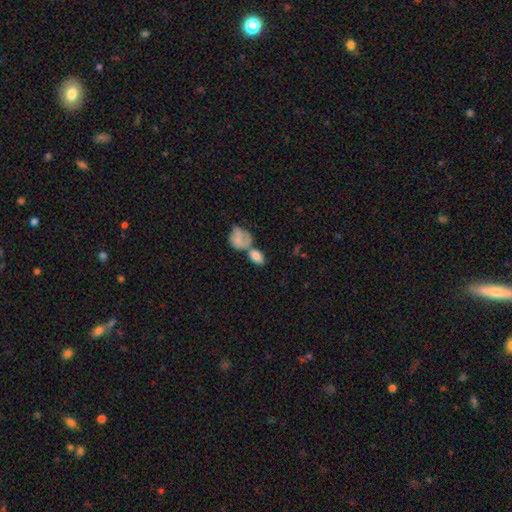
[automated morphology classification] smooth 80%, featured or disk 13%, star or artifact 7%. Down the decision tree: how rounded — in between (85%); merging — merger (48%).